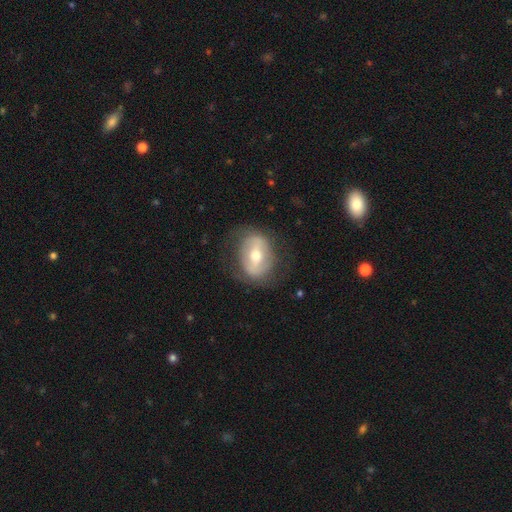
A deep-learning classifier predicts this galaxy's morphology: A featured or disk galaxy (59%) with a strong bar (43%), no spiral arms (64%) and a moderate central bulge (68%).

Vote fractions:
- Smooth or featured? featured or disk: 59% / smooth: 34% / star or artifact: 7%
- Edge-on disk? no: 92% / yes: 8%
- Bar? strong: 43% / weak: 34% / no: 23%
- Spiral arms? no: 64% / yes: 36%
- Bulge size? moderate: 68% / small: 25% / large: 5% / dominant: 1% / none: 1%
- Merging? none: 73% / minor disturbance: 17% / major disturbance: 10% / merger: 1%